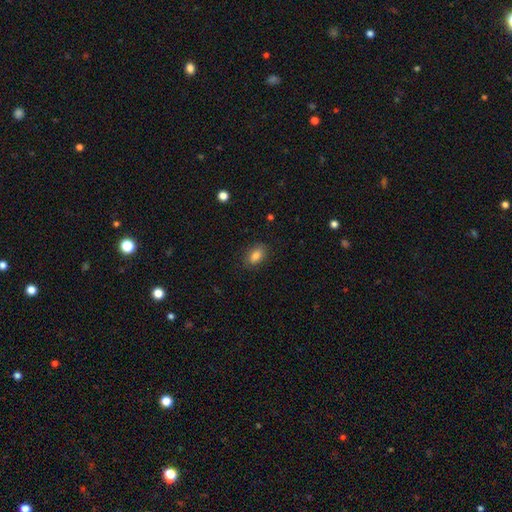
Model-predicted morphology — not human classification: smooth-or-featured: smooth: 82% | featured or disk: 9% | star or artifact: 8%
  how-rounded: in between: 87% | round: 10% | cigar-shaped: 3%
  merging: none: 83% | minor disturbance: 13% | major disturbance: 3% | merger: 1%